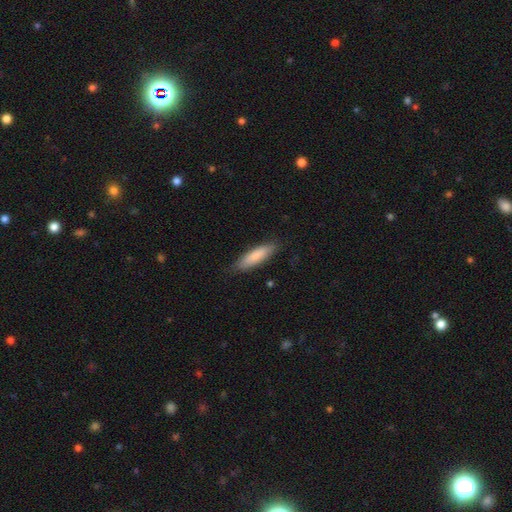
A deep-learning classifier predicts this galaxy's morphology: smooth_or_featured: smooth (p=0.82) [alt: featured or disk p=0.13]
how_rounded: cigar-shaped (p=0.58) [alt: in between p=0.41]
merging: none (p=0.82) [alt: minor disturbance p=0.14]